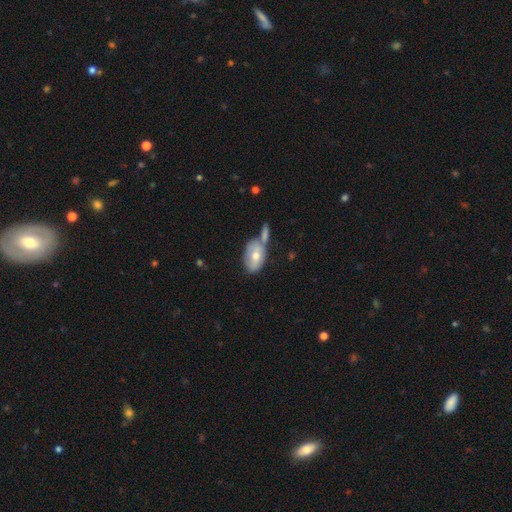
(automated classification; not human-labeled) A smooth galaxy with no disk features (57%) that is in between round and cigar-shaped (89%).

Vote fractions:
- Smooth or featured? smooth: 57% / featured or disk: 36% / star or artifact: 6%
- How rounded? in between: 89% / round: 9% / cigar-shaped: 2%
- Merging? none: 40% / merger: 35% / minor disturbance: 18% / major disturbance: 7%